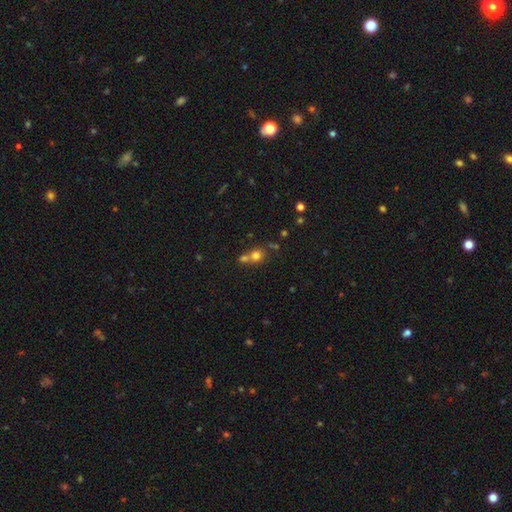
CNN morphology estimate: Smooth or featured?
  - smooth: 73% *
  - star or artifact: 15%
  - featured or disk: 12%
How rounded?
  - round: 82% *
  - in between: 17%
  - cigar-shaped: 1%
Merging?
  - merger: 48% *
  - none: 42%
  - minor disturbance: 7%
  - major disturbance: 3%